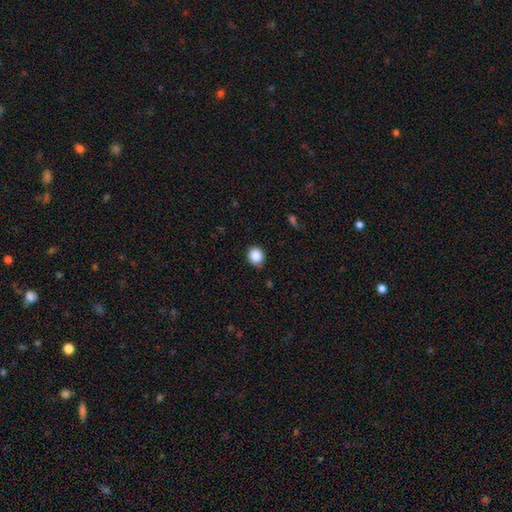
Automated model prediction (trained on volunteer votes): Smooth or featured?
  - smooth: 88% *
  - star or artifact: 9%
  - featured or disk: 3%
How rounded?
  - round: 77% *
  - in between: 22%
  - cigar-shaped: 1%
Merging?
  - none: 80% *
  - minor disturbance: 16%
  - major disturbance: 3%
  - merger: 1%